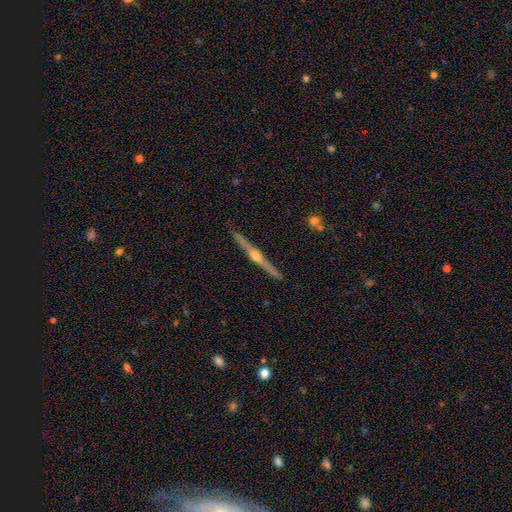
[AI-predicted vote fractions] This is clearly a featured or disk galaxy (86%). It is clearly viewed edge-on (99%). Edge-on bulge: clearly rounded (93%). Merging: clearly none (92%).